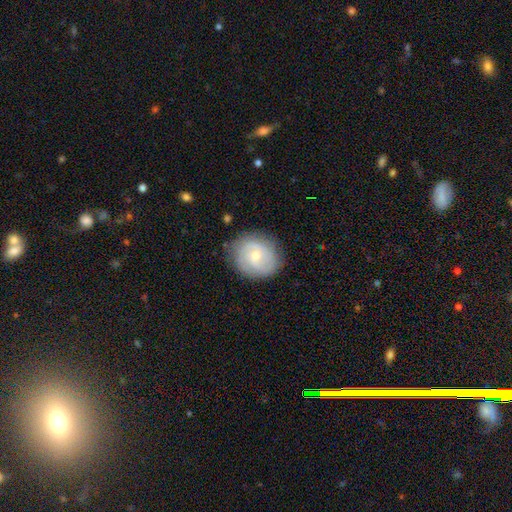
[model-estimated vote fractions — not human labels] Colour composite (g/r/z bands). It shows a featured or disk galaxy (58%) with no bar (68%), spiral arms (81%) and a small central bulge (57%). Merging: none (80%).